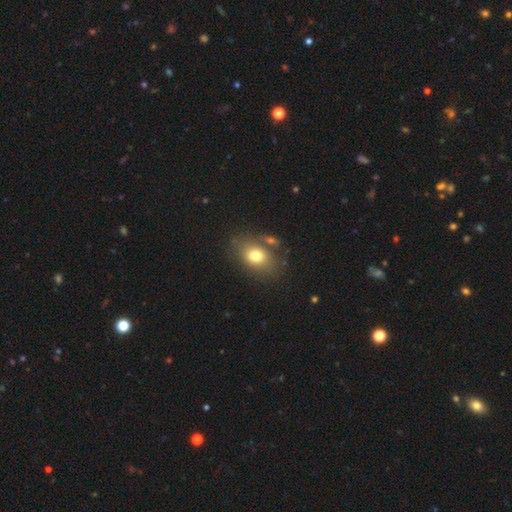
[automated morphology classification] The model was most divided on "how rounded": in between: 72%, round: 26%, cigar-shaped: 1%. More confident: smooth or featured — smooth (75%); merging — none (67%).